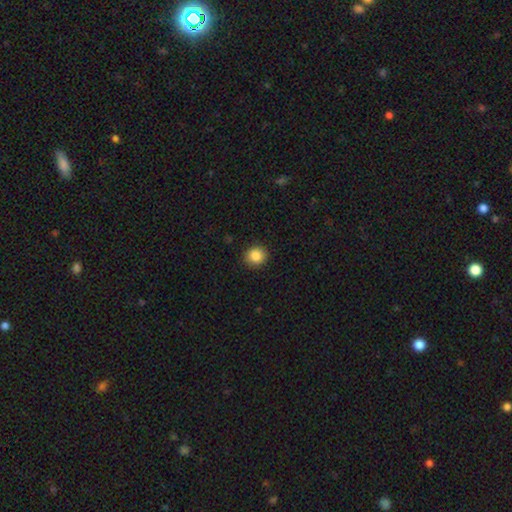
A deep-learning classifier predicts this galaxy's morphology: A smooth galaxy with no disk features (86%) that is round (84%). Merging: none (91%).